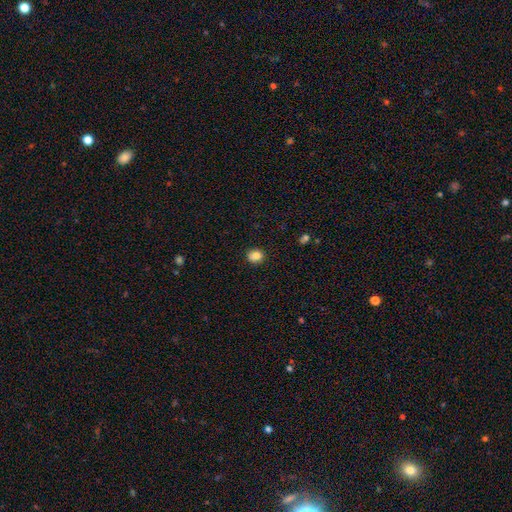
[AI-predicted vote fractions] Q: Smooth or featured?
A: smooth (84%); runner-up: star or artifact (11%)
Q: How rounded?
A: round (75%); runner-up: in between (24%)
Q: Merging?
A: none (84%); runner-up: minor disturbance (11%)